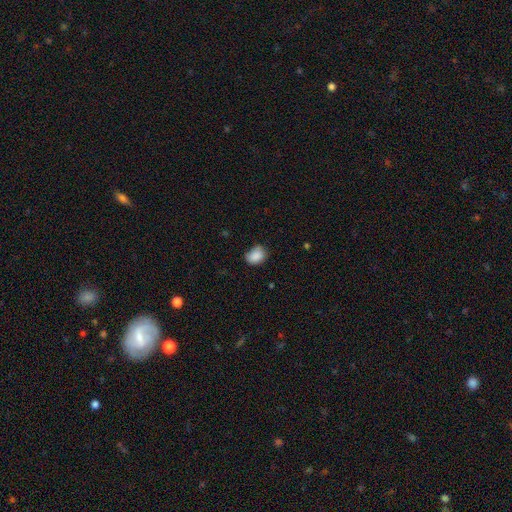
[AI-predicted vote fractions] A smooth galaxy with no disk features (87%) that is in between round and cigar-shaped (61%). Merging: none (67%).